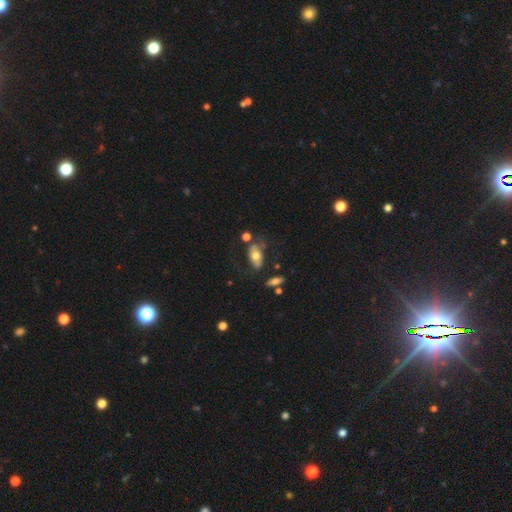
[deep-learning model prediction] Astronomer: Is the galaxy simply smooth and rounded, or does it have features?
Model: smooth — 60%.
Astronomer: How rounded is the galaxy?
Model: in between — 88%.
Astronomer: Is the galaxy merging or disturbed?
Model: none — 56%.